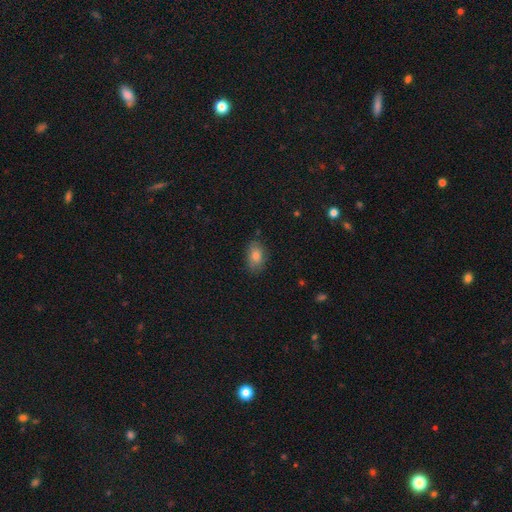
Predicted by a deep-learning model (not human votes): Smooth or featured: smooth — 80% (featured or disk — 10%)
How rounded: in between — 88% (round — 10%)
Merging: none — 81% (minor disturbance — 15%)